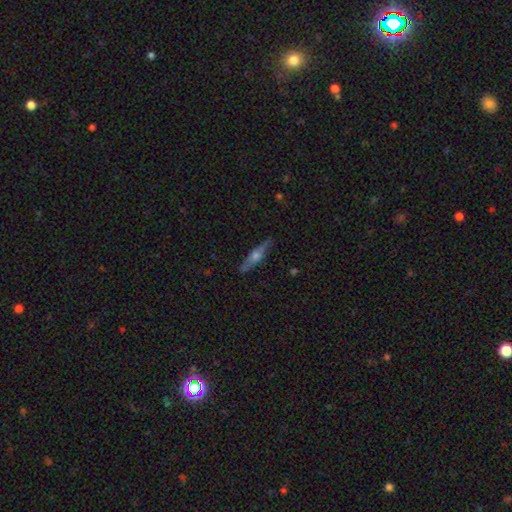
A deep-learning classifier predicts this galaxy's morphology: Smooth or featured: featured or disk — 58% (smooth — 35%)
Edge-on disk: yes — 88% (no — 12%)
Edge-on bulge: rounded — 88% (none — 7%)
Merging: none — 85% (minor disturbance — 12%)